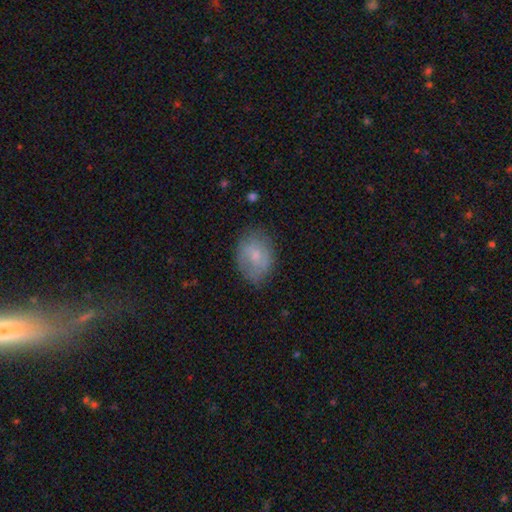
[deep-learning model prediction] smooth-or-featured: smooth: 63% | featured or disk: 30% | star or artifact: 8%
  how-rounded: in between: 67% | round: 32% | cigar-shaped: 1%
  merging: none: 71% | minor disturbance: 21% | major disturbance: 6% | merger: 1%